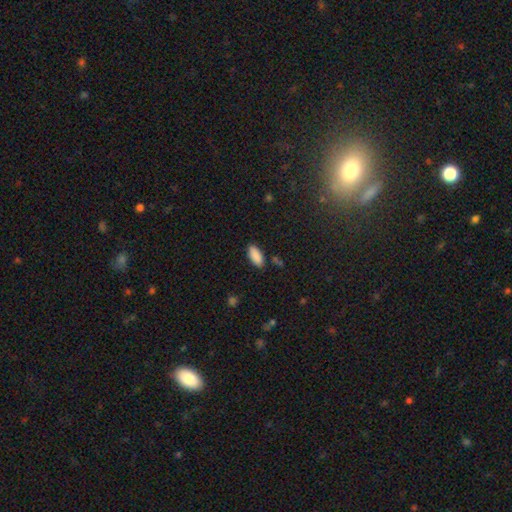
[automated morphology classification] A smooth galaxy with no disk features (89%) that is in between round and cigar-shaped (86%).

Vote fractions:
- Smooth or featured? smooth: 89% / star or artifact: 7% / featured or disk: 4%
- How rounded? in between: 86% / cigar-shaped: 12% / round: 2%
- Merging? none: 84% / minor disturbance: 11% / major disturbance: 3% / merger: 2%